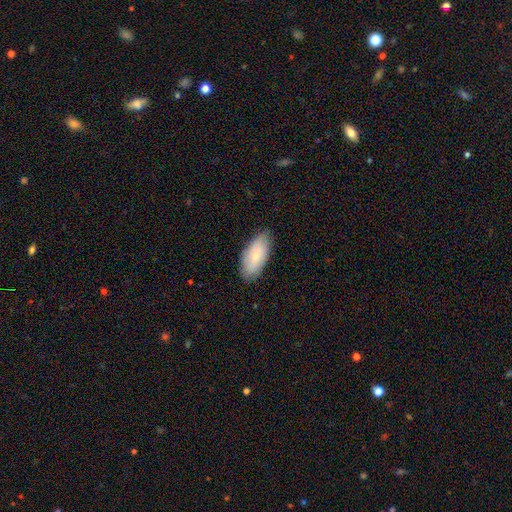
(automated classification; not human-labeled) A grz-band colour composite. It shows a smooth galaxy with no disk features (72%) that is in between round and cigar-shaped (90%). Merging: none (84%).